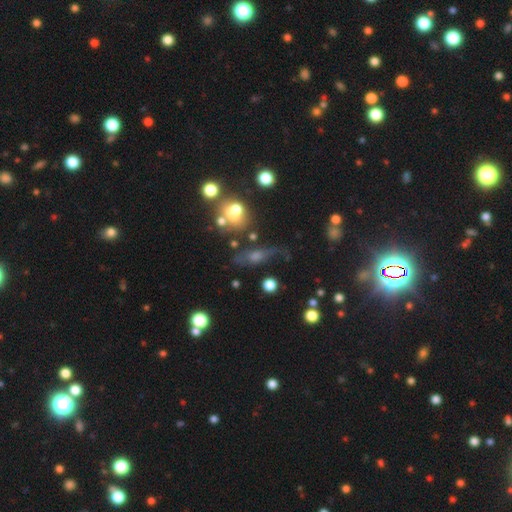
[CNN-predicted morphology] A smooth galaxy with no disk features (39%).

Vote fractions:
- Smooth or featured? smooth: 39% / featured or disk: 35% / star or artifact: 26%
- Merging? none: 49% / minor disturbance: 21% / major disturbance: 18% / merger: 12%